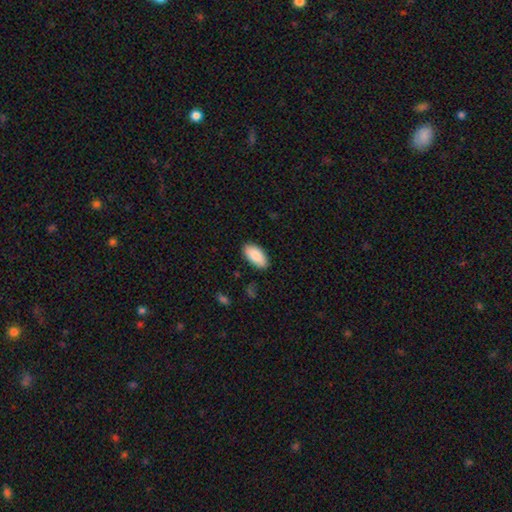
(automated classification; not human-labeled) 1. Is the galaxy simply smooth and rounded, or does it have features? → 86% smooth, 8% featured or disk, 6% star or artifact.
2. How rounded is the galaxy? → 93% in between, 5% cigar-shaped, 2% round.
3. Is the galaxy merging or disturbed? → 86% none, 11% minor disturbance, 2% major disturbance, 1% merger.